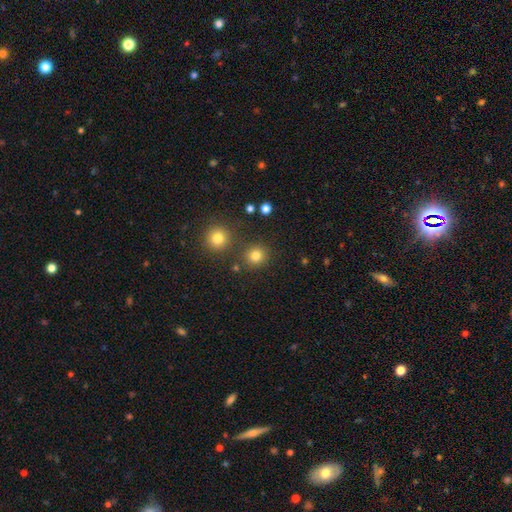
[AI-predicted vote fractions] smooth 80%, star or artifact 15%, featured or disk 6%. Down the decision tree: how rounded — round (91%); merging — none (84%).